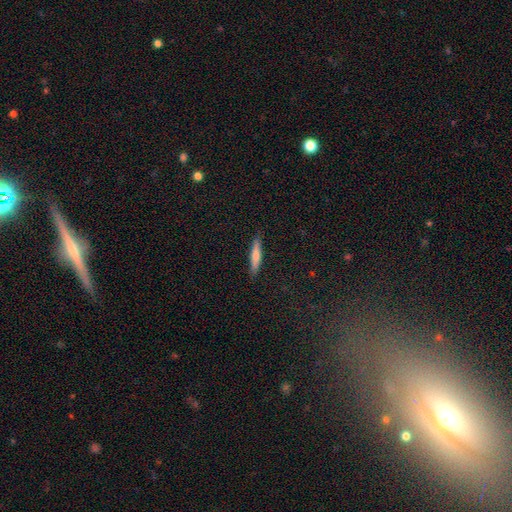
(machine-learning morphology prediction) Smooth or featured: smooth — 61% (featured or disk — 33%)
How rounded: cigar-shaped — 89% (in between — 10%)
Merging: none — 88% (minor disturbance — 9%)